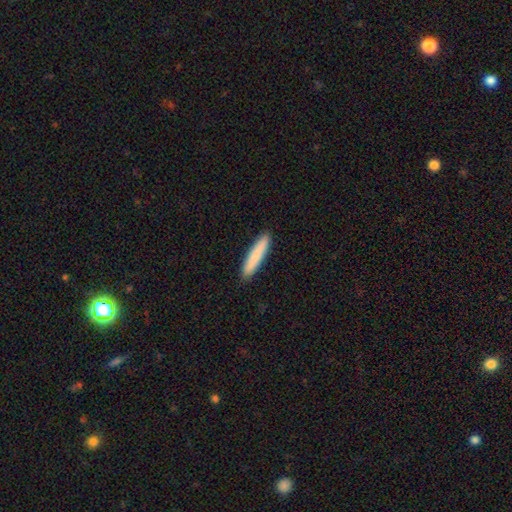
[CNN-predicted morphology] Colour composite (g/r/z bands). It shows a smooth galaxy with no disk features (85%) that is cigar-shaped (91%). Merging: none (92%).